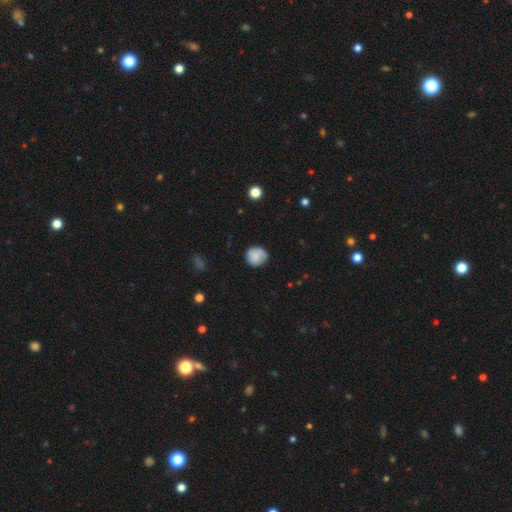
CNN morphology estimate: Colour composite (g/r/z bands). It shows a smooth galaxy with no disk features (76%) that is round (88%). Merging: none (77%).